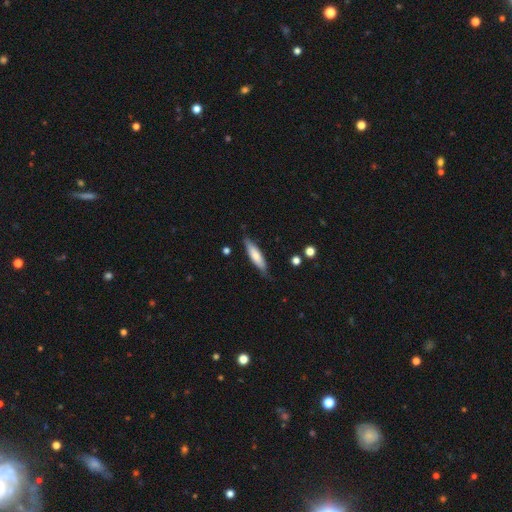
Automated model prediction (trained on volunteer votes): Q: Smooth or featured?
A: smooth (67%); runner-up: featured or disk (28%)
Q: How rounded?
A: cigar-shaped (71%); runner-up: in between (28%)
Q: Merging?
A: none (80%); runner-up: minor disturbance (16%)